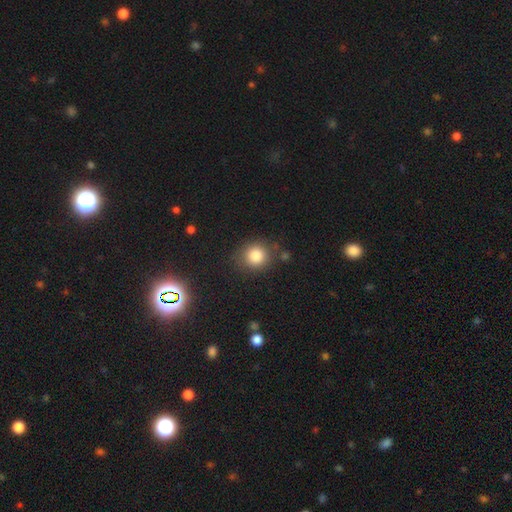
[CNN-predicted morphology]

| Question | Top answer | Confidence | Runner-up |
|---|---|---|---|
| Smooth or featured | smooth | 83% | star or artifact (11%) |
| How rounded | round | 82% | in between (17%) |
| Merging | none | 79% | minor disturbance (13%) |